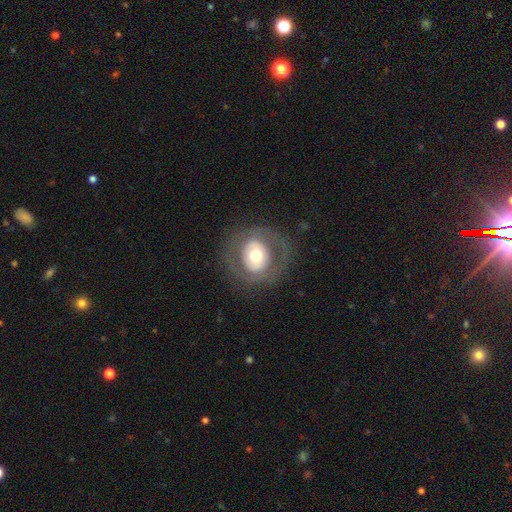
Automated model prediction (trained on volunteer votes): Smooth or featured: featured or disk — 48% (smooth — 44%)
Merging: none — 78% (minor disturbance — 11%)